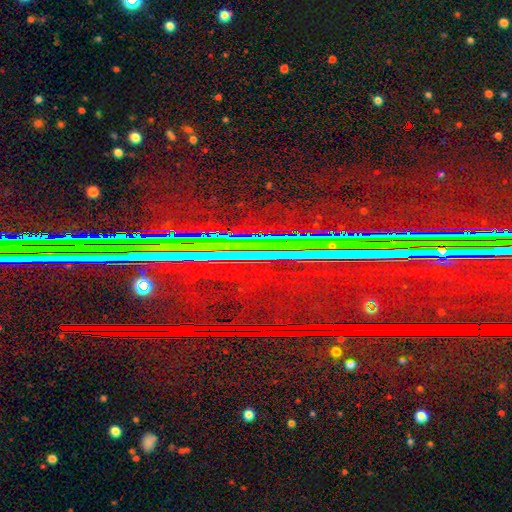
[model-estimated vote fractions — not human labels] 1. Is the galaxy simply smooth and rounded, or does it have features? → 83% star or artifact, 10% featured or disk, 7% smooth.